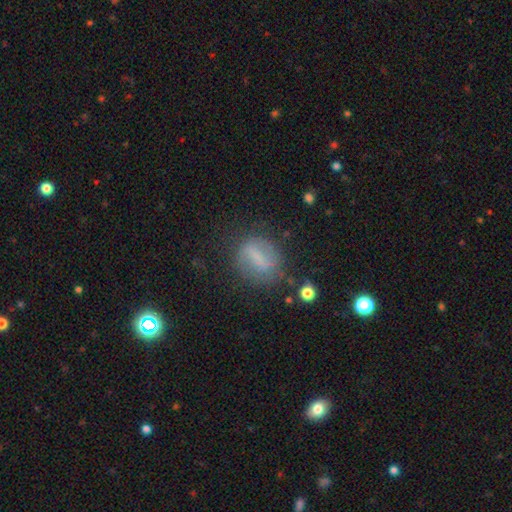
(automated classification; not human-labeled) smooth_or_featured: smooth (p=0.46) [alt: featured or disk p=0.43]
merging: none (p=0.71) [alt: minor disturbance p=0.18]